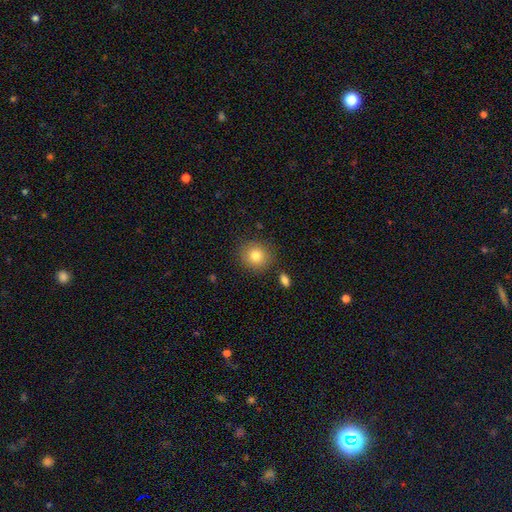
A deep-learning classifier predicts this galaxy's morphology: smooth_or_featured: smooth (p=0.81) [alt: star or artifact p=0.10]
how_rounded: round (p=0.87) [alt: in between p=0.12]
merging: none (p=0.85) [alt: minor disturbance p=0.09]